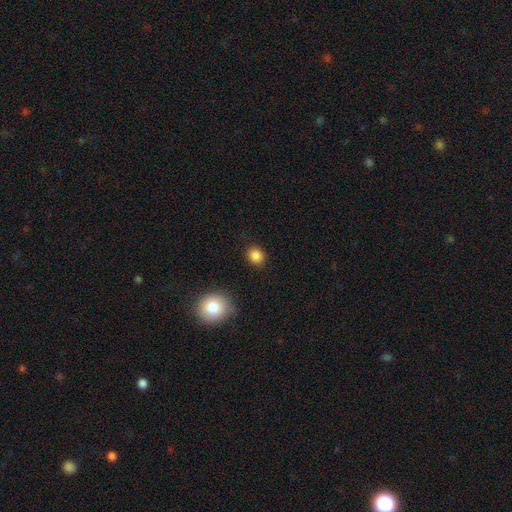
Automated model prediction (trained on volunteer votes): smooth 86%, star or artifact 10%, featured or disk 4%. Down the decision tree: how rounded — round (69%); merging — none (88%).